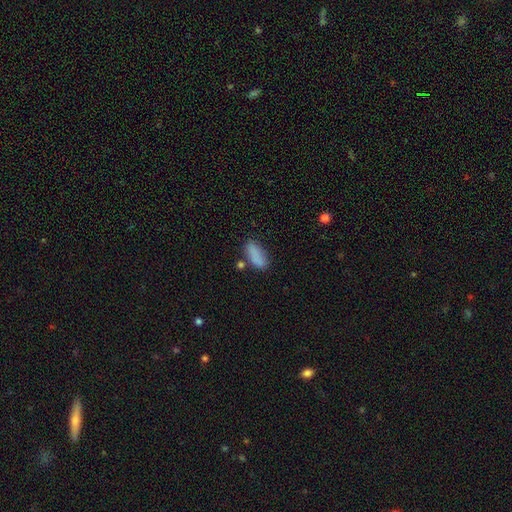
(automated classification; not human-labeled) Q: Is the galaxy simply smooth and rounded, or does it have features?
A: smooth — 83%.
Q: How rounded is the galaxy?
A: in between — 80%.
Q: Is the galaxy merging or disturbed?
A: none — 63%.